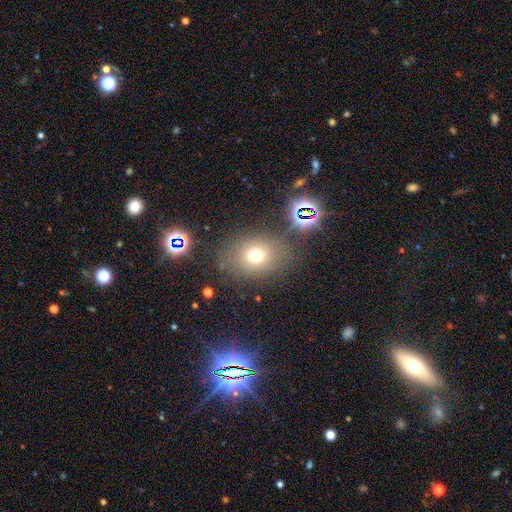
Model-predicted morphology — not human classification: A smooth galaxy with no disk features (69%) that is round (51%). Merging: none (75%).